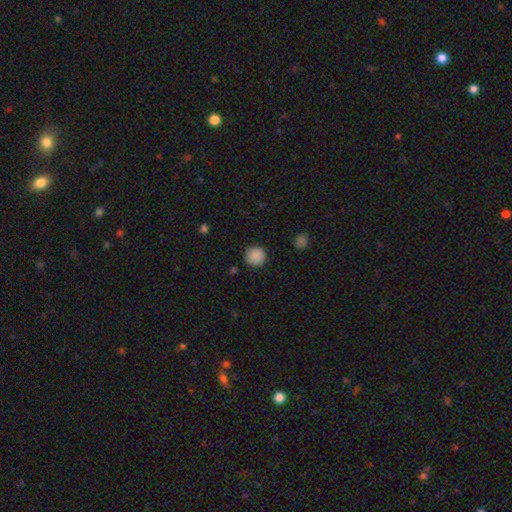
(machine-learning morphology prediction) This is clearly a smooth galaxy (88%). How rounded: clearly round (94%). Merging: clearly none (89%).